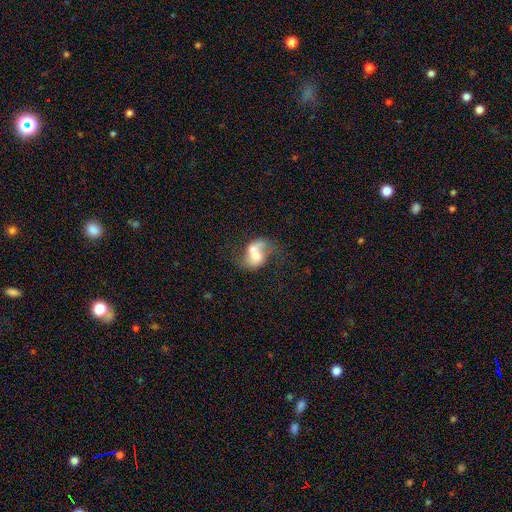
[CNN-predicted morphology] smooth-or-featured: featured or disk: 56% | smooth: 36% | star or artifact: 8%
  disk-edge-on: no: 97% | yes: 3%
    bar: no: 63% | weak: 28% | strong: 9%
    has-spiral-arms: yes: 70% | no: 30%
    bulge-size: moderate: 47% | small: 22% | large: 18% | none: 9% | dominant: 4%
  merging: merger: 51% | none: 23% | major disturbance: 13% | minor disturbance: 13%